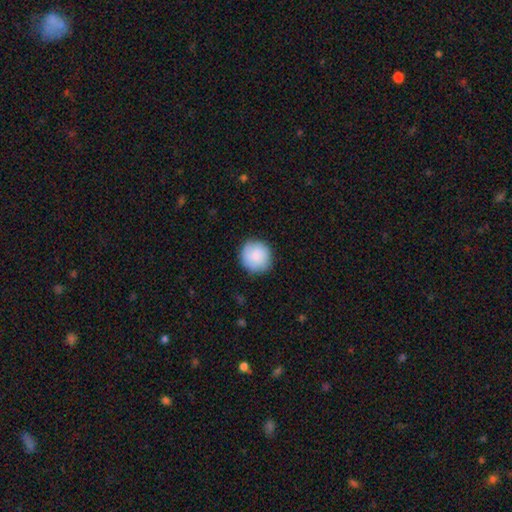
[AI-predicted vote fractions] The model was most divided on "merging": none: 88%, minor disturbance: 9%, major disturbance: 2%, merger: 1%. More confident: how rounded — round (93%); smooth or featured — smooth (87%).